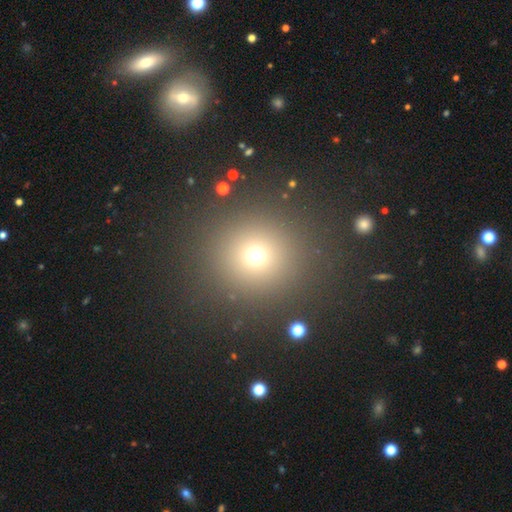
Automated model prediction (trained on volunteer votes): A smooth galaxy with no disk features (66%) that is round (93%).

Vote fractions:
- Smooth or featured? smooth: 66% / star or artifact: 25% / featured or disk: 9%
- How rounded? round: 93% / in between: 6% / cigar-shaped: 1%
- Merging? none: 88% / minor disturbance: 6% / major disturbance: 4% / merger: 2%